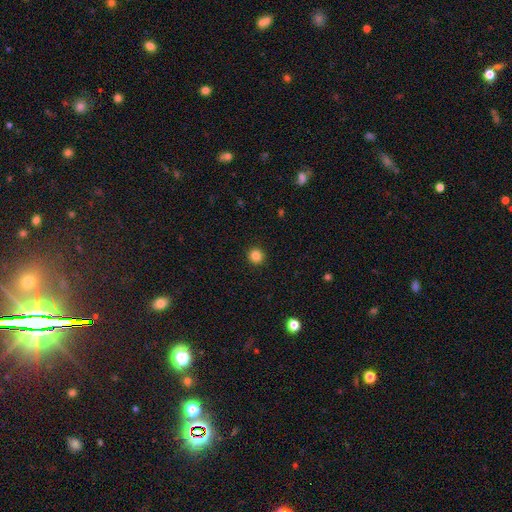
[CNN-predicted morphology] A smooth galaxy with no disk features (85%) that is round (94%). Merging: none (93%).